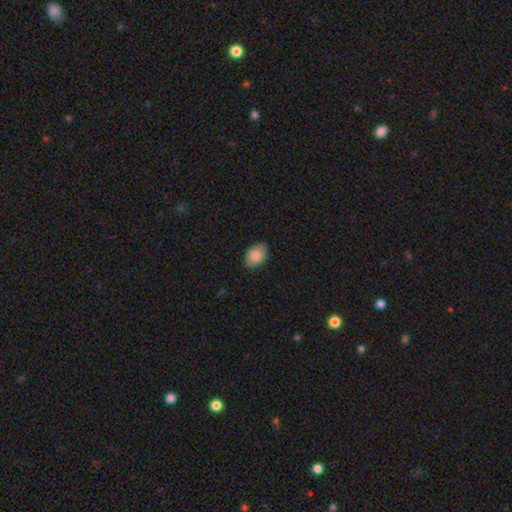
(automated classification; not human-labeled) Smooth or featured? smooth (87%)
How rounded? in between (83%)
Merging? none (81%)